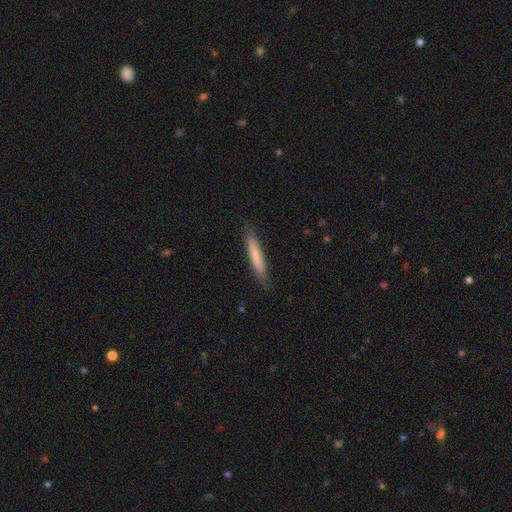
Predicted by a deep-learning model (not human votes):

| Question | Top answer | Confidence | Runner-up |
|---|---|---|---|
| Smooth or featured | smooth | 71% | featured or disk (23%) |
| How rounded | cigar-shaped | 94% | in between (5%) |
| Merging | none | 86% | minor disturbance (10%) |